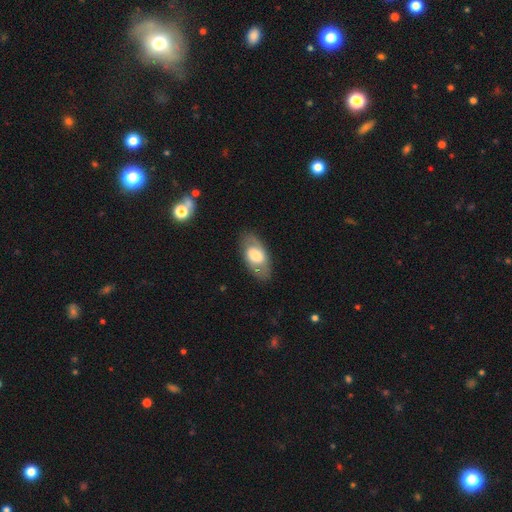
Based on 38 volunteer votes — Q: Smooth or featured?
A: featured or disk (53%); runner-up: smooth (45%)
Q: Edge-on disk?
A: no (85%); runner-up: yes (15%)
Q: Bar?
A: weak (41%); runner-up: no (35%)
Q: Spiral arms?
A: yes (59%); runner-up: no (41%)
Q: Spiral winding?
A: loose (60%); runner-up: medium (30%)
Q: Spiral arm count?
A: 2 (80%); runner-up: can't tell (20%)
Q: Bulge size?
A: moderate (59%); runner-up: large (35%)
Q: Merging?
A: none (81%); runner-up: minor disturbance (19%)